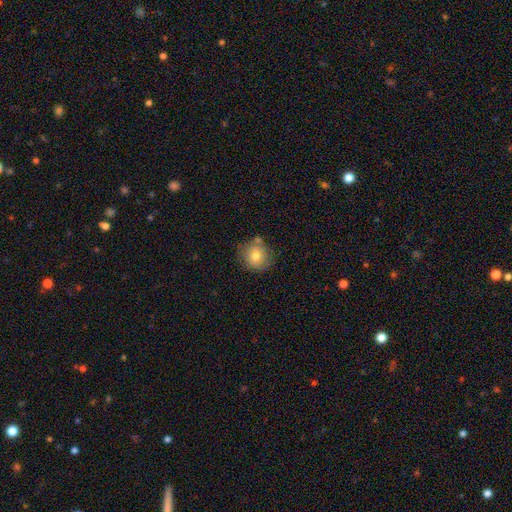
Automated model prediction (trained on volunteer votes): Smooth or featured? Predicted: smooth (p=0.77). How rounded? Predicted: round (p=0.87). Merging? Predicted: none (p=0.72).